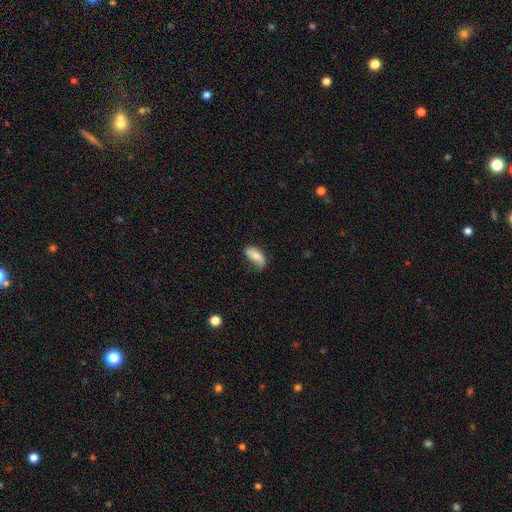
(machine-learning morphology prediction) Overall: smooth (67%). How rounded: in between (87%). Merging: none (53%; minor disturbance 34%).